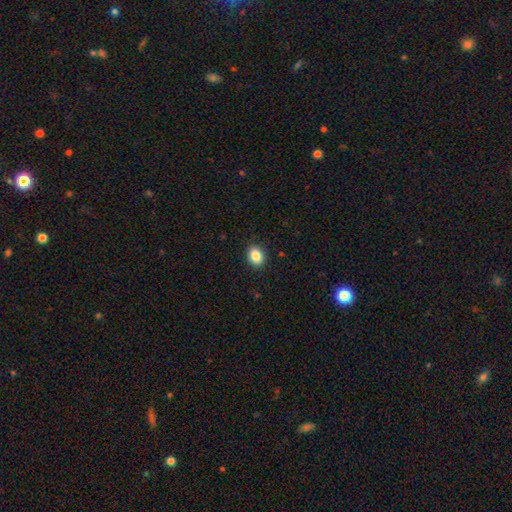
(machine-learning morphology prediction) A smooth galaxy with no disk features (86%) that is in between round and cigar-shaped (54%). Merging: none (90%).